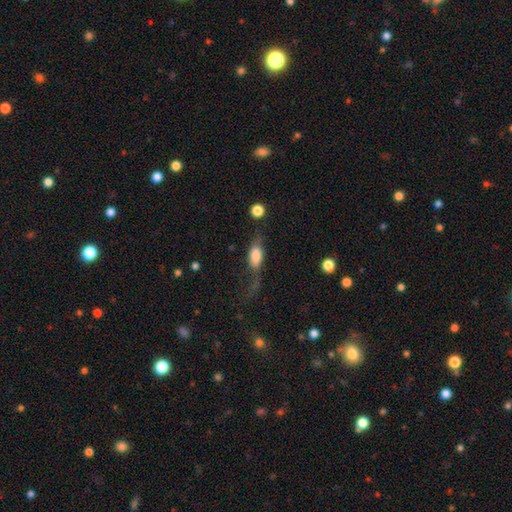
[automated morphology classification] smooth_or_featured: smooth (p=0.65) [alt: featured or disk p=0.27]
how_rounded: in between (p=0.79) [alt: cigar-shaped p=0.15]
merging: major disturbance (p=0.40) [alt: none p=0.30]